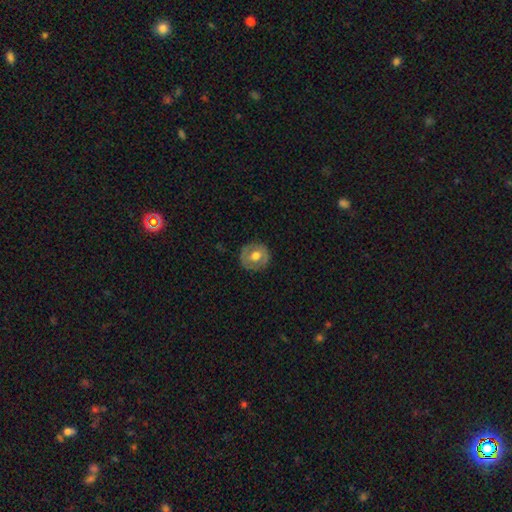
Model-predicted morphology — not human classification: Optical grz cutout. It shows a smooth galaxy with no disk features (53%) that is round (90%). Merging: none (83%).